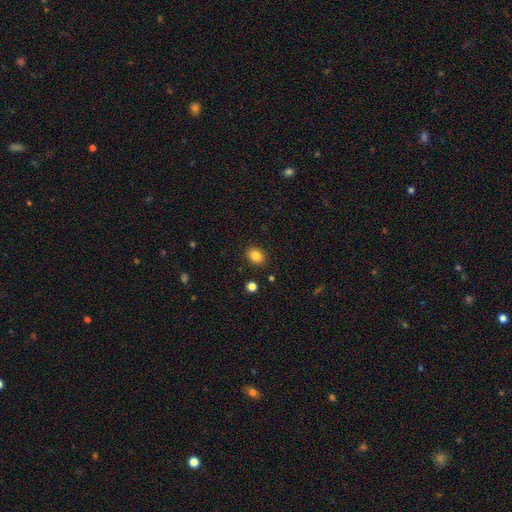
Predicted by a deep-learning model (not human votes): This is clearly a smooth galaxy (84%). How rounded: possibly in between (56%). Merging: clearly none (88%).